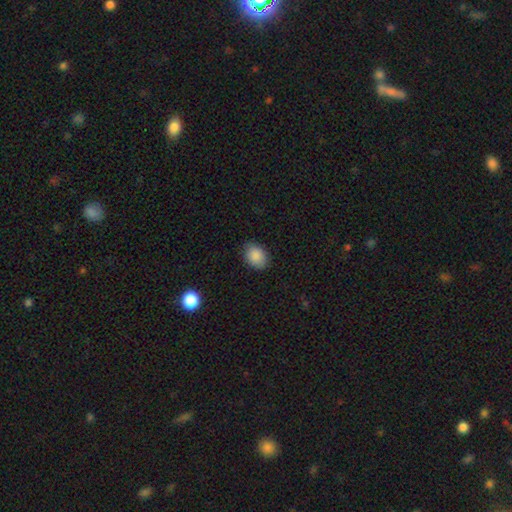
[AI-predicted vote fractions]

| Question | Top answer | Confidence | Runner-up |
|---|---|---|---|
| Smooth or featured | smooth | 88% | star or artifact (8%) |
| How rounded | in between | 68% | round (31%) |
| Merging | none | 84% | minor disturbance (12%) |